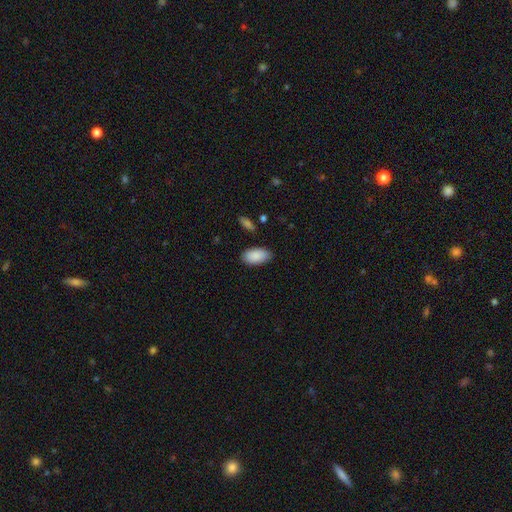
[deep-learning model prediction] Q: Smooth or featured?
A: smooth (90%); runner-up: star or artifact (6%)
Q: How rounded?
A: in between (94%); runner-up: cigar-shaped (3%)
Q: Merging?
A: none (84%); runner-up: minor disturbance (11%)